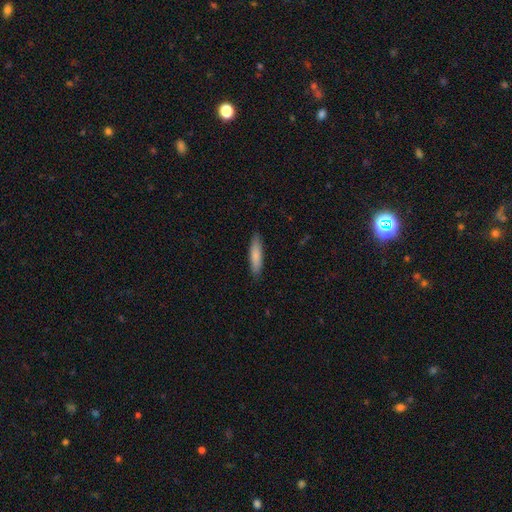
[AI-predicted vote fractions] Q: Smooth or featured?
A: smooth (81%); runner-up: featured or disk (13%)
Q: How rounded?
A: cigar-shaped (80%); runner-up: in between (18%)
Q: Merging?
A: none (89%); runner-up: minor disturbance (8%)